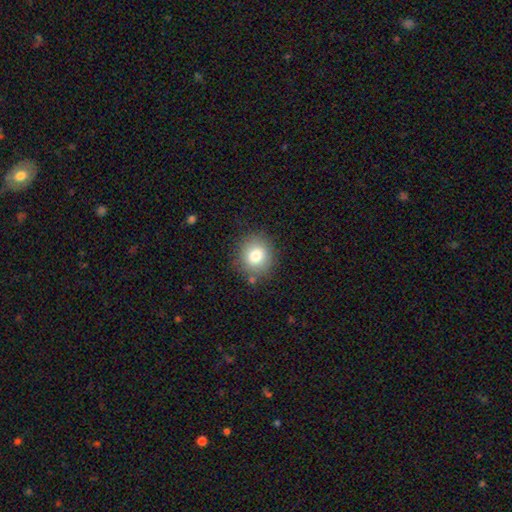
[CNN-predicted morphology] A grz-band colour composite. It shows a smooth galaxy with no disk features (79%) that is round (83%). Merging: none (83%).